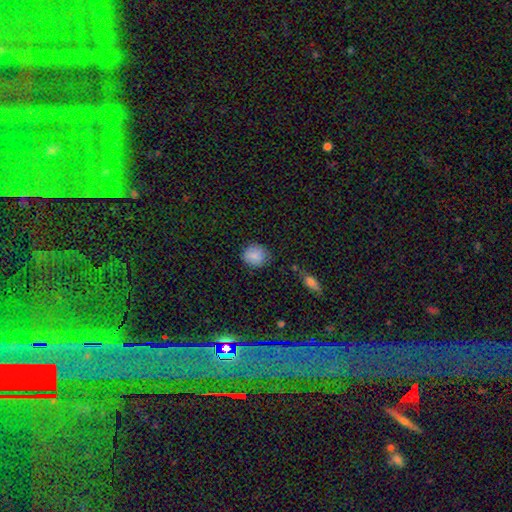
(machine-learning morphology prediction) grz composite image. It shows a smooth galaxy with no disk features (85%) that is round (81%). Merging: none (80%).